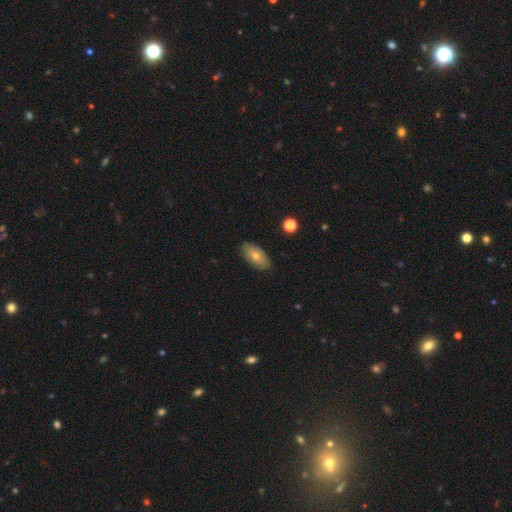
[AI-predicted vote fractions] Morphology: type=smooth (62%); roundness=in between (90%); merging=none (86%).